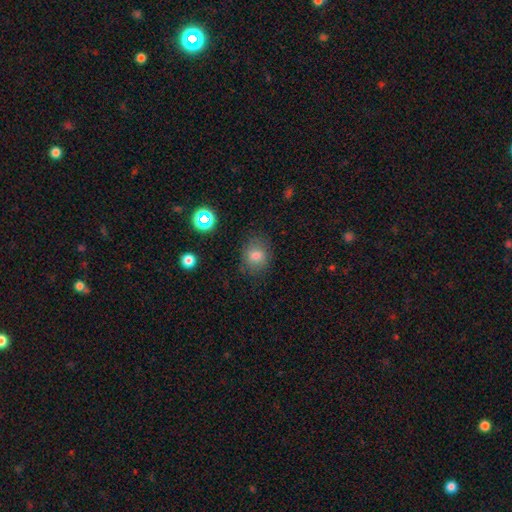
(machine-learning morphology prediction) Smooth or featured?
  - smooth: 77% *
  - star or artifact: 14%
  - featured or disk: 9%
How rounded?
  - round: 70% *
  - in between: 29%
  - cigar-shaped: 1%
Merging?
  - none: 79% *
  - minor disturbance: 14%
  - major disturbance: 5%
  - merger: 2%